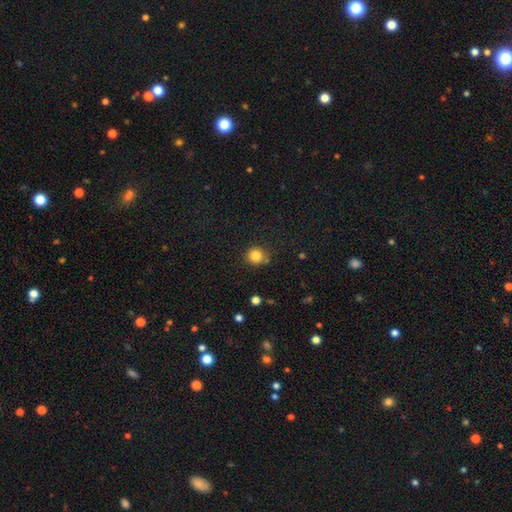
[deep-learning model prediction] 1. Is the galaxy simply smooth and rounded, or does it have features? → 84% smooth, 11% star or artifact, 5% featured or disk.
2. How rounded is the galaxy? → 90% round, 9% in between, 1% cigar-shaped.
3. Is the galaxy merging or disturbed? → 77% none, 13% minor disturbance, 7% merger, 4% major disturbance.